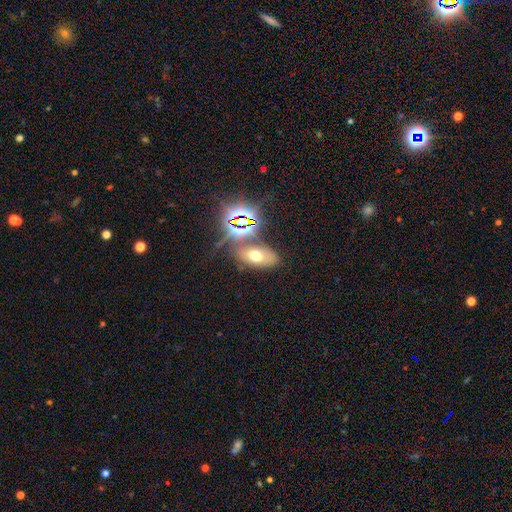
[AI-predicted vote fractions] Q: Smooth or featured?
A: smooth (50%); runner-up: star or artifact (29%)
Q: Merging?
A: none (67%); runner-up: minor disturbance (14%)